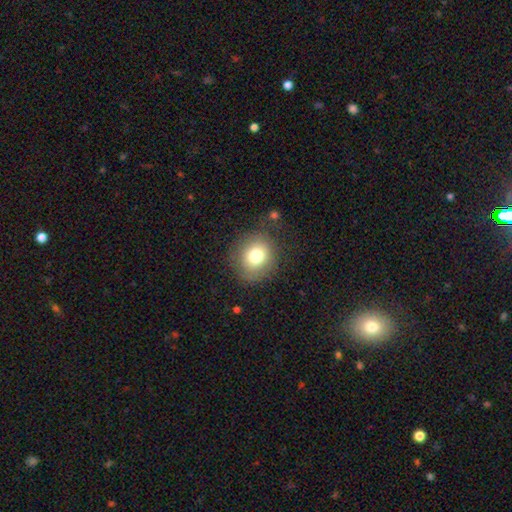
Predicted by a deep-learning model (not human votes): The model was most divided on "how rounded": round: 80%, in between: 19%, cigar-shaped: 1%. More confident: merging — none (79%); smooth or featured — smooth (77%).